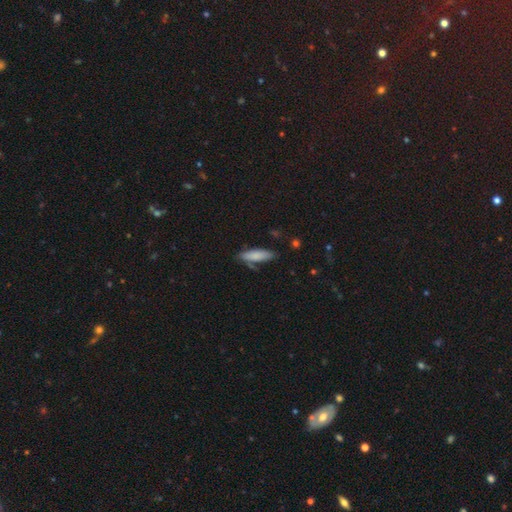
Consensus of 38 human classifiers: This appears to be a smooth galaxy with no disk features (68%) that is cigar-shaped (54%). Merging: none (49%).